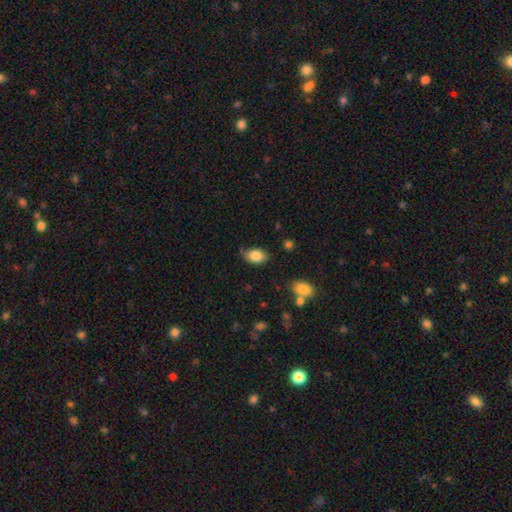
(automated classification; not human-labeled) smooth_or_featured: smooth (p=0.84) [alt: featured or disk p=0.08]
how_rounded: in between (p=0.84) [alt: round p=0.14]
merging: none (p=0.72) [alt: minor disturbance p=0.21]